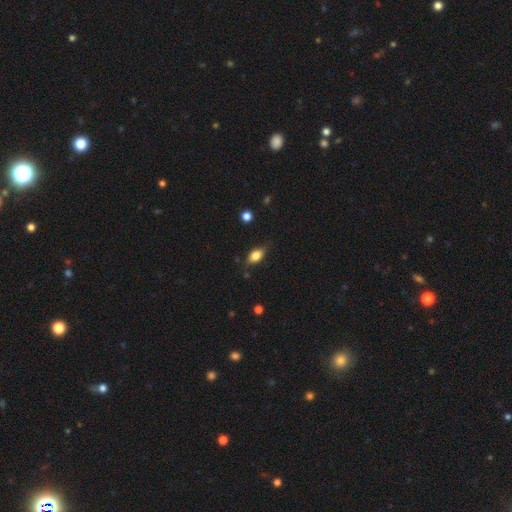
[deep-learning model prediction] smooth 79%, featured or disk 13%, star or artifact 8%. Down the decision tree: how rounded — in between (85%); merging — none (75%).